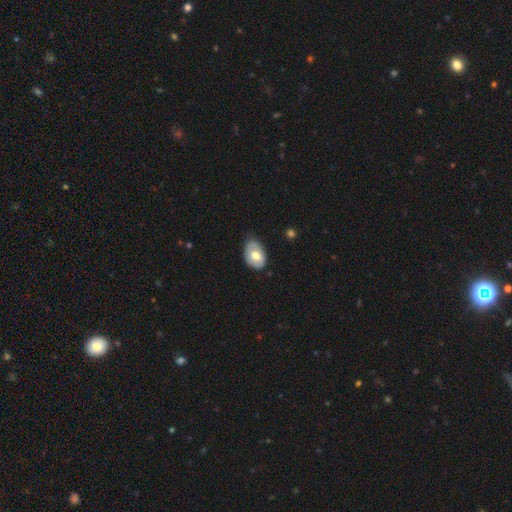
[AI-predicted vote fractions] Smooth or featured? smooth (65%)
How rounded? in between (83%)
Merging? none (68%)